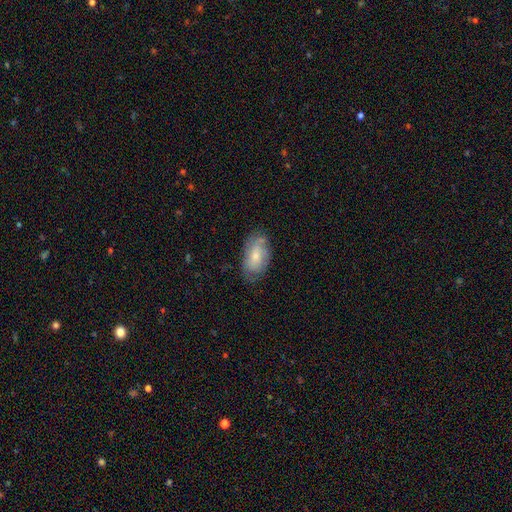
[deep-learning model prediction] smooth_or_featured: smooth (p=0.60) [alt: featured or disk p=0.33]
how_rounded: in between (p=0.92) [alt: round p=0.05]
merging: none (p=0.66) [alt: minor disturbance p=0.25]